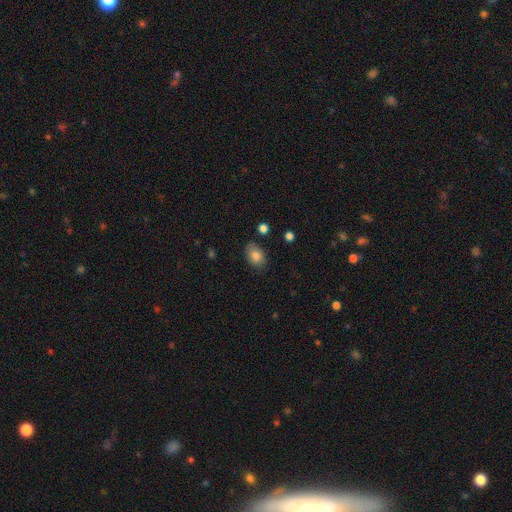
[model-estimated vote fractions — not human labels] Smooth or featured: smooth — 83% (featured or disk — 8%)
How rounded: in between — 79% (round — 19%)
Merging: none — 77% (minor disturbance — 17%)